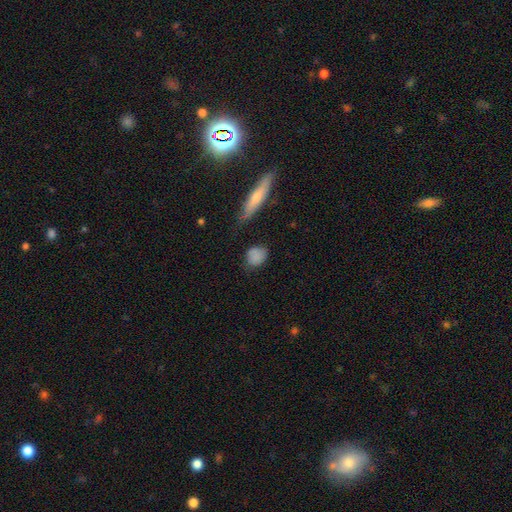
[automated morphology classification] Smooth or featured? Predicted: smooth (p=0.81). How rounded? Predicted: round (p=0.59). Merging? Predicted: none (p=0.67).